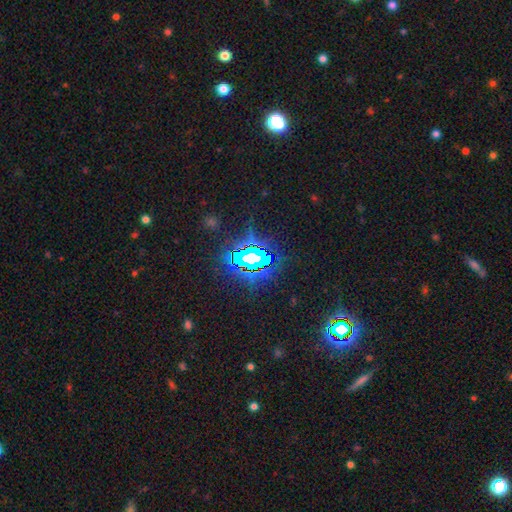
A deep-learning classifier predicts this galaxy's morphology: A star or artifact, not a galaxy (77%).